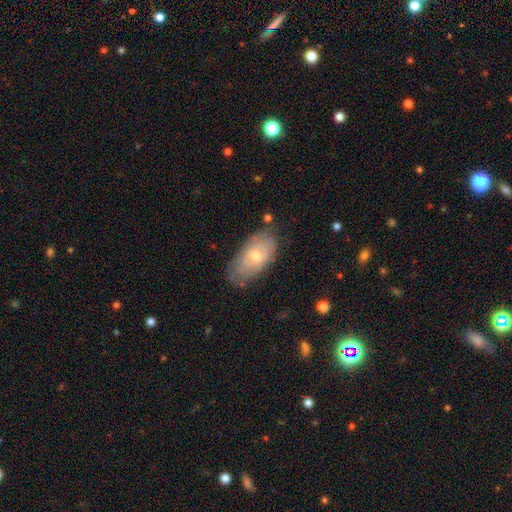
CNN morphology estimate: Smooth or featured?
  - smooth: 50% *
  - featured or disk: 43%
  - star or artifact: 7%
How rounded?
  - in between: 92% *
  - round: 5%
  - cigar-shaped: 4%
Merging?
  - none: 65% *
  - minor disturbance: 26%
  - major disturbance: 7%
  - merger: 2%